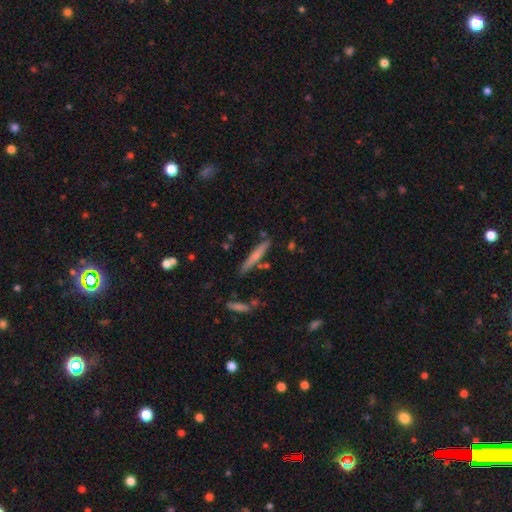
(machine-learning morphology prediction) type=smooth (58%); roundness=cigar-shaped (94%); merging=none (80%).